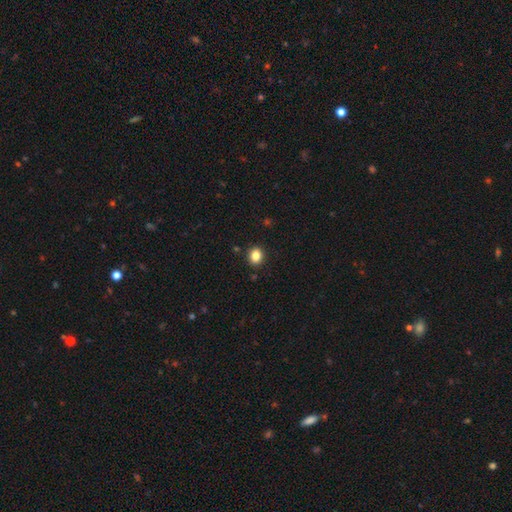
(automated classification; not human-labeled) smooth_or_featured: smooth (p=0.85) [alt: star or artifact p=0.11]
how_rounded: round (p=0.64) [alt: in between p=0.35]
merging: none (p=0.90) [alt: minor disturbance p=0.07]